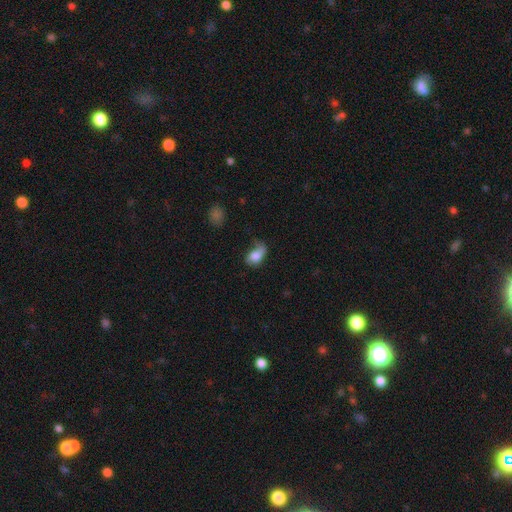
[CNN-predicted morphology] Q: Smooth or featured?
A: smooth (64%); runner-up: featured or disk (27%)
Q: How rounded?
A: in between (82%); runner-up: round (15%)
Q: Merging?
A: minor disturbance (34%); runner-up: none (32%)